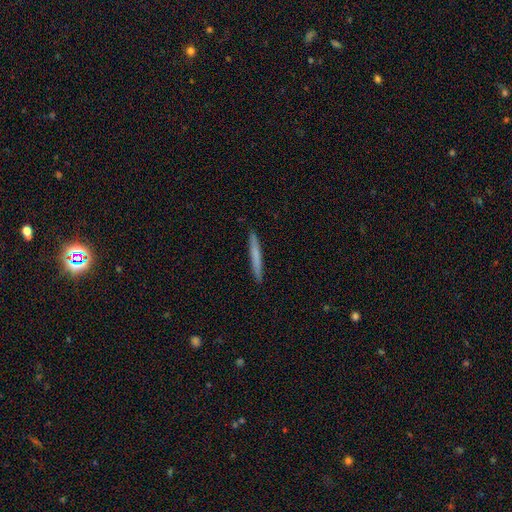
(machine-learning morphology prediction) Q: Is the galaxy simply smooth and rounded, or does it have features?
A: smooth — 66%.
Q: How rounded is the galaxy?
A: cigar-shaped — 97%.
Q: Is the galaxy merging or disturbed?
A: none — 92%.